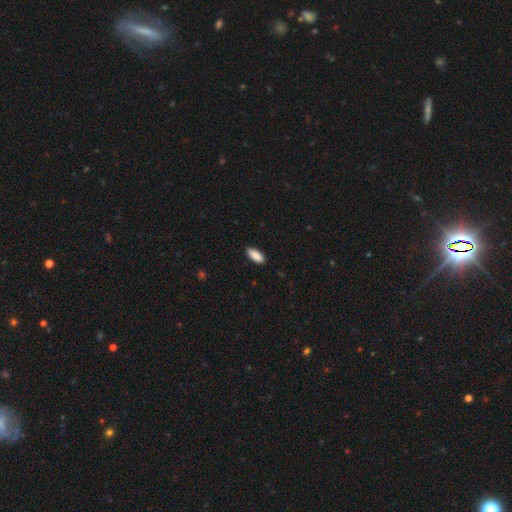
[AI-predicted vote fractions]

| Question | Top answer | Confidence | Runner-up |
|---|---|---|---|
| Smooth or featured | smooth | 90% | star or artifact (6%) |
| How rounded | in between | 82% | cigar-shaped (17%) |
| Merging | none | 86% | minor disturbance (11%) |